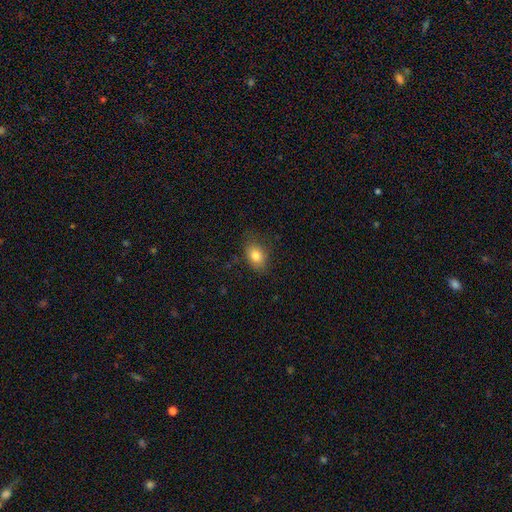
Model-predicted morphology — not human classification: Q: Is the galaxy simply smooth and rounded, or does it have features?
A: smooth — 81%.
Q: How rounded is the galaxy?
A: in between — 75%.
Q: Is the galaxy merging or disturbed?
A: none — 77%.